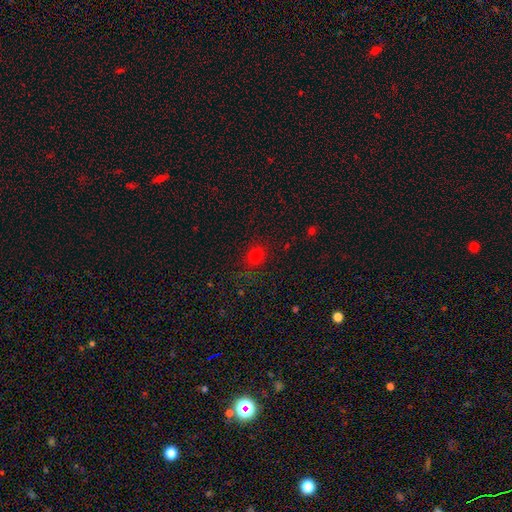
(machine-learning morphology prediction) This is likely a smooth galaxy (74%). How rounded: likely round (77%). Merging: clearly none (83%).